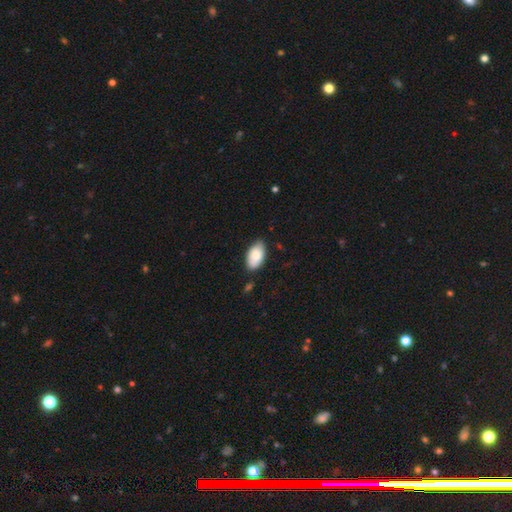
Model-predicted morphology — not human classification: A smooth galaxy with no disk features (83%) that is in between round and cigar-shaped (95%).

Vote fractions:
- Smooth or featured? smooth: 83% / featured or disk: 10% / star or artifact: 6%
- How rounded? in between: 95% / round: 4% / cigar-shaped: 2%
- Merging? none: 76% / minor disturbance: 20% / major disturbance: 3% / merger: 2%